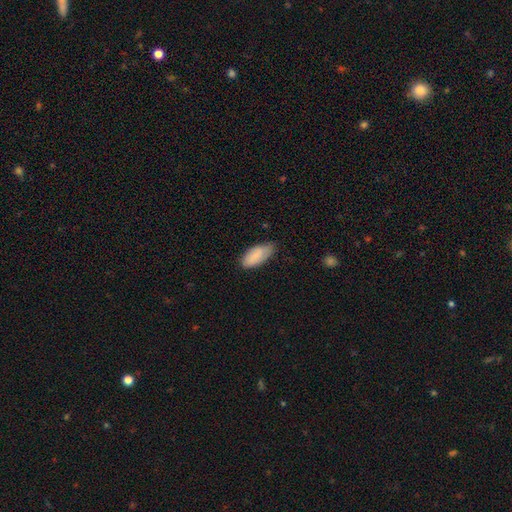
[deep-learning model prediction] Smooth or featured?
  - smooth: 83% *
  - featured or disk: 11%
  - star or artifact: 6%
How rounded?
  - in between: 90% *
  - cigar-shaped: 8%
  - round: 2%
Merging?
  - none: 66% *
  - minor disturbance: 28%
  - major disturbance: 4%
  - merger: 1%